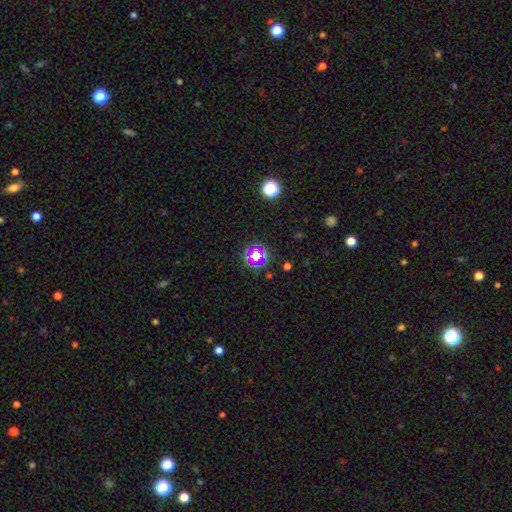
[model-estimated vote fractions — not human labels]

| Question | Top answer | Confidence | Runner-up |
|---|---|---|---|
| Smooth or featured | star or artifact | 61% | smooth (27%) |